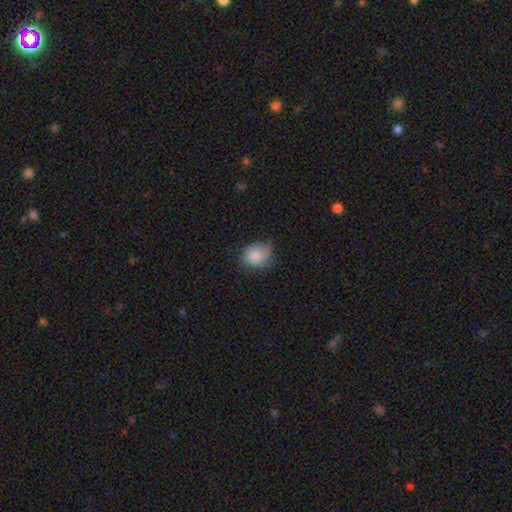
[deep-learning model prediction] Morphology: type=smooth (85%); roundness=round (64%); merging=none (61%).